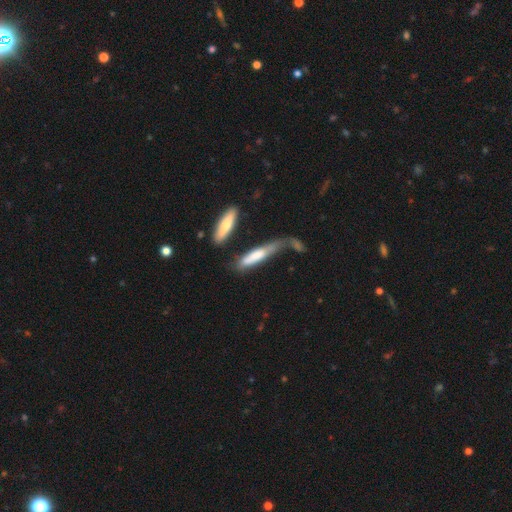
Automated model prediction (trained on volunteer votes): A smooth galaxy with no disk features (65%) that is cigar-shaped (78%). Merging: none (33%).